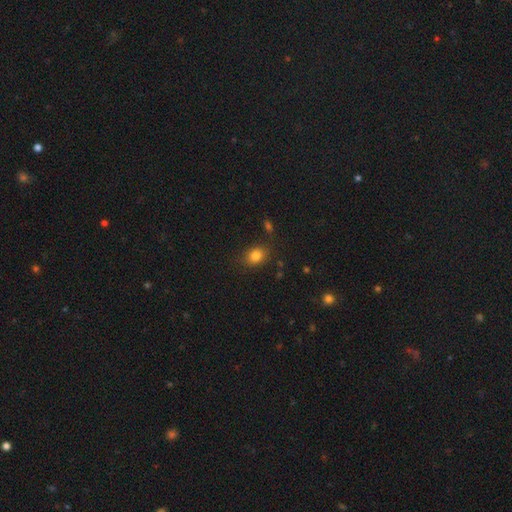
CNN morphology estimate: Smooth or featured? Predicted: smooth (p=0.82). How rounded? Predicted: in between (p=0.58). Merging? Predicted: none (p=0.80).